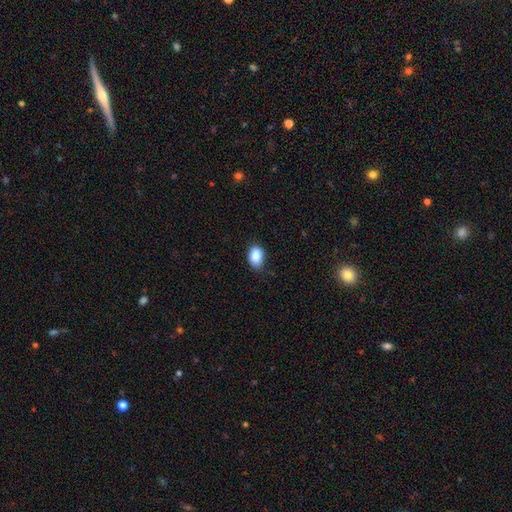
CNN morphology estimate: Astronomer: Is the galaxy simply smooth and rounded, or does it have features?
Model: smooth — 88%.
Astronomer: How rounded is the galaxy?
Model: in between — 86%.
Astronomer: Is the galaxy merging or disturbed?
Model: none — 75%.